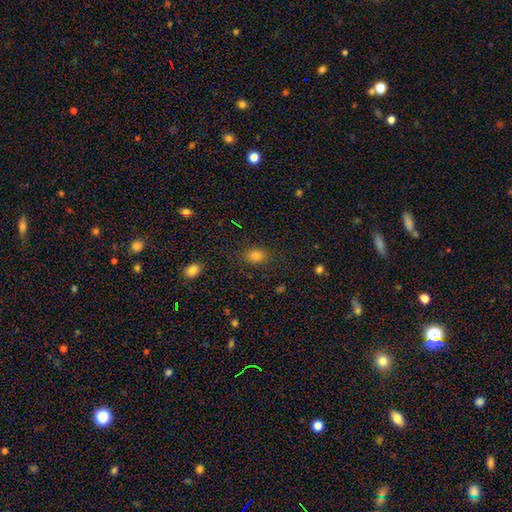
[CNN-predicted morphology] Q: Smooth or featured?
A: smooth (79%); runner-up: star or artifact (16%)
Q: How rounded?
A: in between (59%); runner-up: round (40%)
Q: Merging?
A: none (83%); runner-up: minor disturbance (12%)